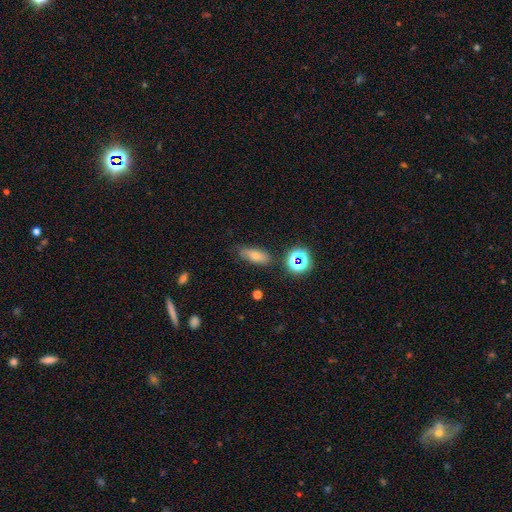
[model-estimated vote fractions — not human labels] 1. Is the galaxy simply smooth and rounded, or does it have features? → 69% smooth, 15% star or artifact, 15% featured or disk.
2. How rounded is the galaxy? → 69% in between, 23% cigar-shaped, 8% round.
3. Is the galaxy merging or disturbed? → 75% none, 17% minor disturbance, 4% major disturbance, 4% merger.